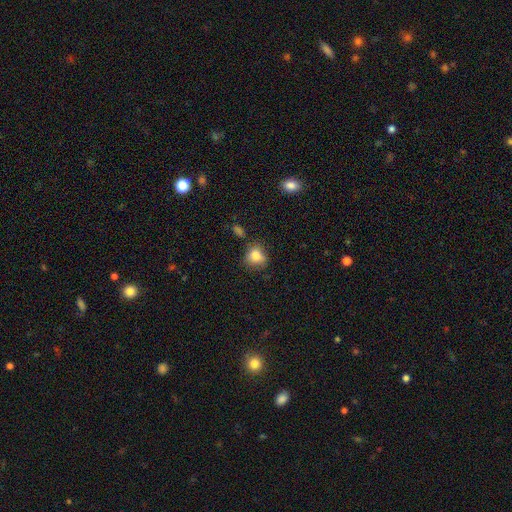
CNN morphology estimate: smooth 82%, star or artifact 10%, featured or disk 8%. Down the decision tree: how rounded — round (63%); merging — none (61%).